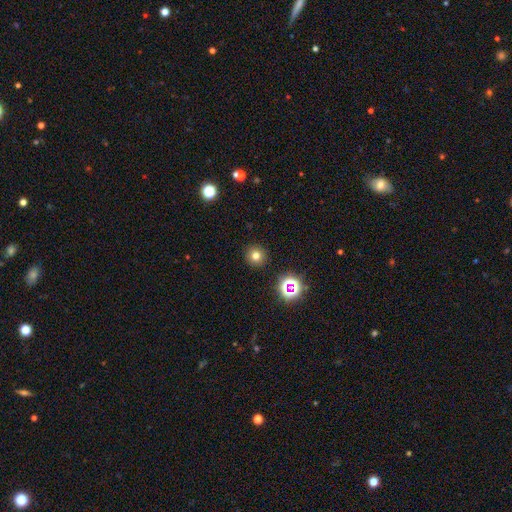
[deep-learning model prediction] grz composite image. It shows a smooth galaxy with no disk features (72%) that is round (94%). Merging: none (91%).